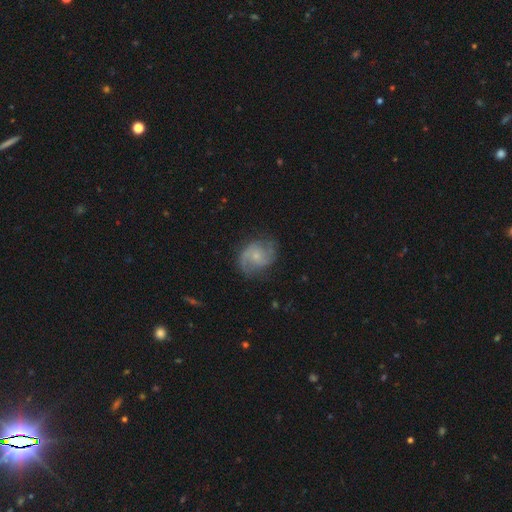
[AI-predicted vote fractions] Morphology: type=featured or disk (75%); edge-on=no (98%); bar=no (65%); spiral arms=yes (94%); winding=medium (49%); arm count=2 (81%); bulge=small (64%); merging=none (71%).